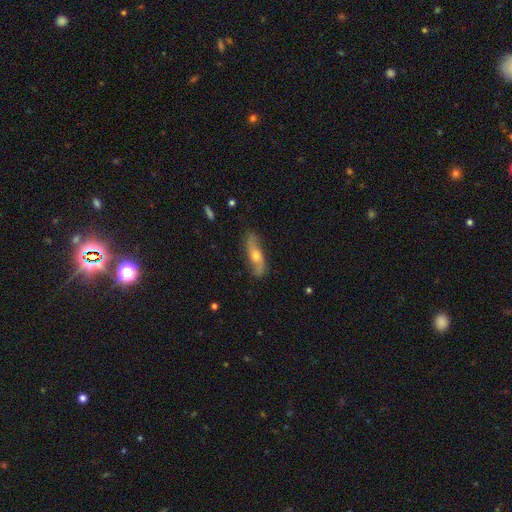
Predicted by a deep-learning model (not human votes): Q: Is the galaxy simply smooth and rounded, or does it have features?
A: featured or disk — 63%.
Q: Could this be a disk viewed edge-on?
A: no — 66%.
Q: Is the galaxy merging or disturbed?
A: none — 79%.